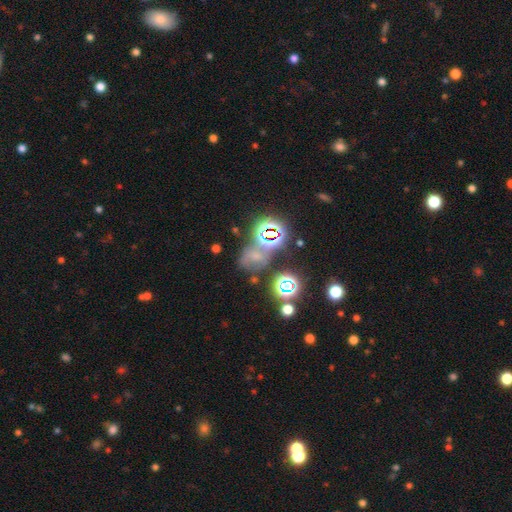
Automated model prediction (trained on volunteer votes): Q: Smooth or featured?
A: star or artifact (46%); runner-up: smooth (37%)